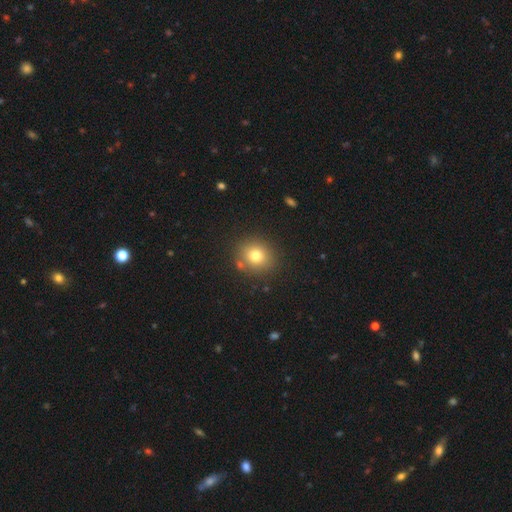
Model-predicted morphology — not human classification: type=smooth (76%); roundness=round (80%); merging=none (84%).